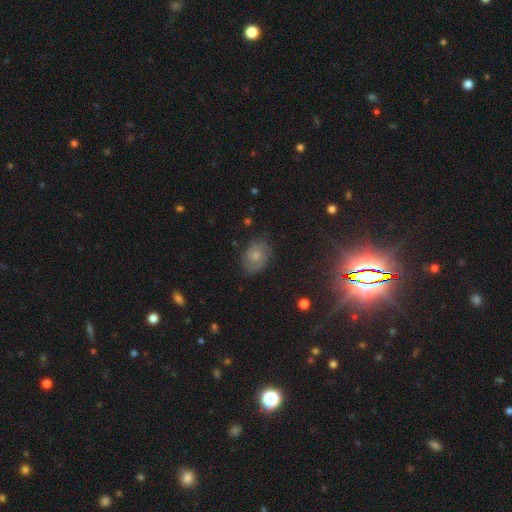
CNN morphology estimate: Smooth or featured?
  - smooth: 58% *
  - featured or disk: 29%
  - star or artifact: 13%
How rounded?
  - in between: 66% *
  - round: 33%
  - cigar-shaped: 1%
Merging?
  - none: 75% *
  - minor disturbance: 19%
  - major disturbance: 5%
  - merger: 1%